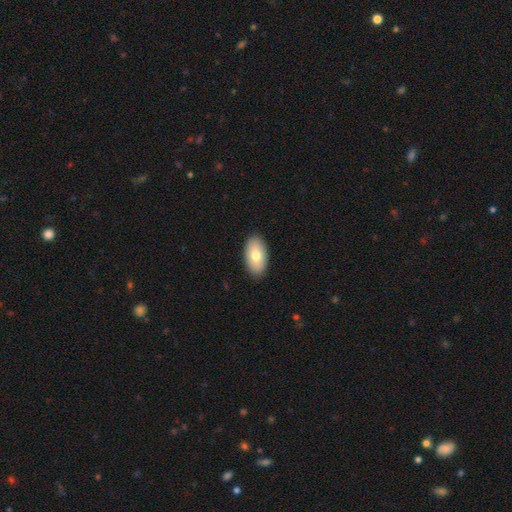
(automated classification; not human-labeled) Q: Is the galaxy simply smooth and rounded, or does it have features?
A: smooth — 75%.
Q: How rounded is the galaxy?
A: in between — 94%.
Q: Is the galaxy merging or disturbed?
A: none — 90%.